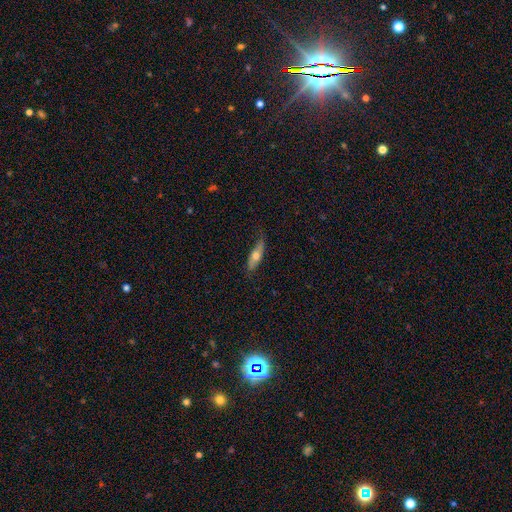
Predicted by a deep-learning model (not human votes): Morphology: type=smooth (57%); roundness=cigar-shaped (51%); merging=none (70%).